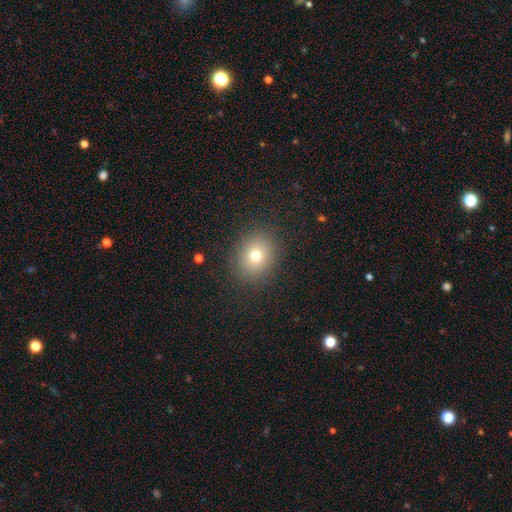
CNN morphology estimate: This appears to be a smooth galaxy with no disk features (74%) that is round (69%). Merging: none (88%).